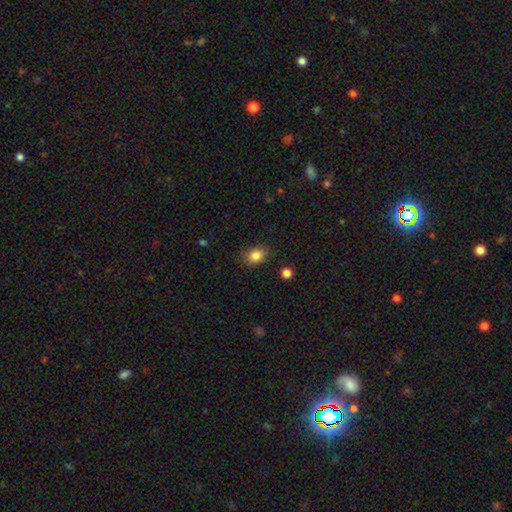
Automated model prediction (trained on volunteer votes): This appears to be a smooth galaxy with no disk features (84%) that is in between round and cigar-shaped (65%). Merging: none (81%).